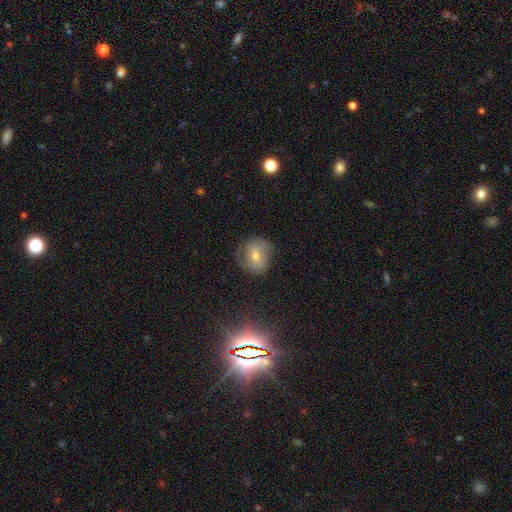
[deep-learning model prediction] Morphology: type=featured or disk (42%); merging=none (71%).